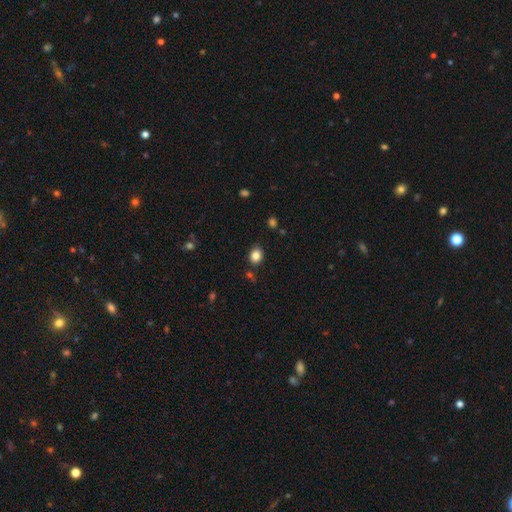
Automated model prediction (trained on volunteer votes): Q: Smooth or featured?
A: smooth (84%); runner-up: star or artifact (11%)
Q: How rounded?
A: round (56%); runner-up: in between (44%)
Q: Merging?
A: none (83%); runner-up: minor disturbance (11%)